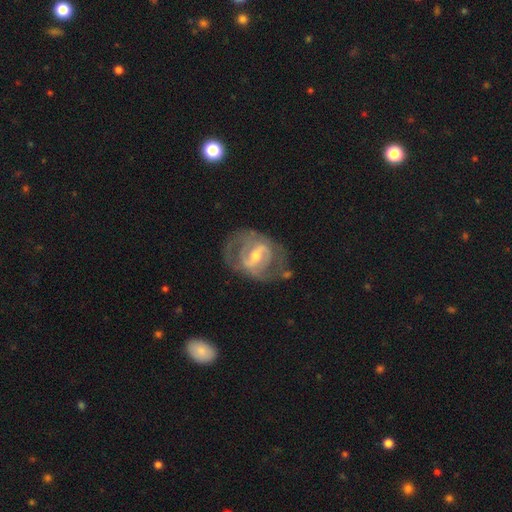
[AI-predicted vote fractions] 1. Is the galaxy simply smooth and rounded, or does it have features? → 80% featured or disk, 15% smooth, 6% star or artifact.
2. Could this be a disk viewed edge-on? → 95% no, 5% yes.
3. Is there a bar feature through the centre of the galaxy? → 50% strong, 37% weak, 13% no.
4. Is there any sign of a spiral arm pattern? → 67% yes, 33% no.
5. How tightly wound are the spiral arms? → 41% tight (tied), 41% medium (tied), 18% loose.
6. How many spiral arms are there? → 60% 2, 26% can't tell, 6% 3, 5% 1, 2% 4, 2% more than 4.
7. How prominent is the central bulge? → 57% moderate, 36% small, 5% large, 1% none, 1% dominant.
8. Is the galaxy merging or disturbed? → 61% none, 20% minor disturbance, 16% major disturbance, 3% merger.